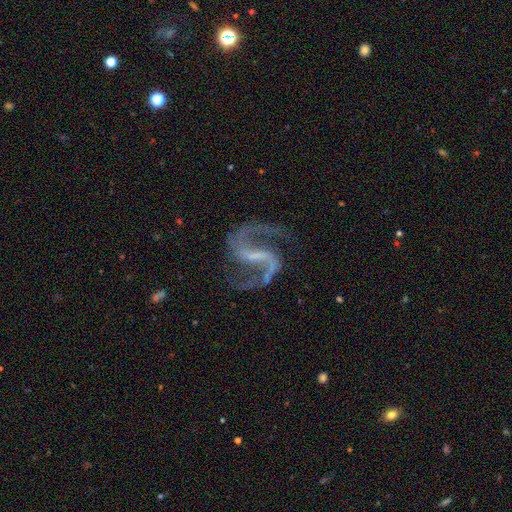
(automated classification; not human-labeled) Smooth or featured? Predicted: featured or disk (p=0.93). Edge-on disk? Predicted: no (p=0.98). Bar? Predicted: strong (p=0.50). Spiral arms? Predicted: yes (p=0.98). Spiral winding? Predicted: medium (p=0.57). Spiral arm count? Predicted: 2 (p=0.94). Bulge size? Predicted: small (p=0.44). Merging? Predicted: none (p=0.78).